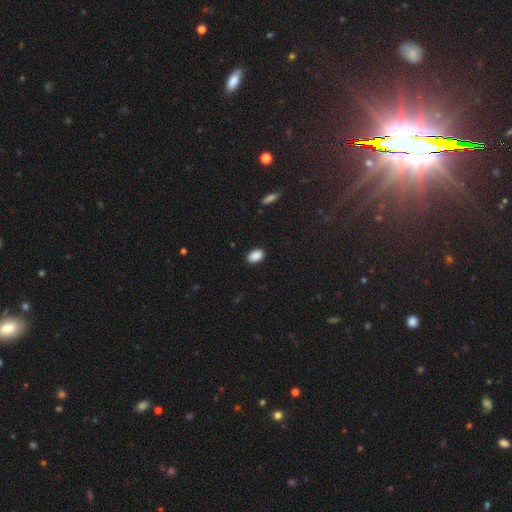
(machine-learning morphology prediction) A smooth galaxy with no disk features (89%) that is in between round and cigar-shaped (88%).

Vote fractions:
- Smooth or featured? smooth: 89% / star or artifact: 8% / featured or disk: 3%
- How rounded? in between: 88% / round: 11% / cigar-shaped: 1%
- Merging? none: 88% / minor disturbance: 9% / major disturbance: 2% / merger: 1%